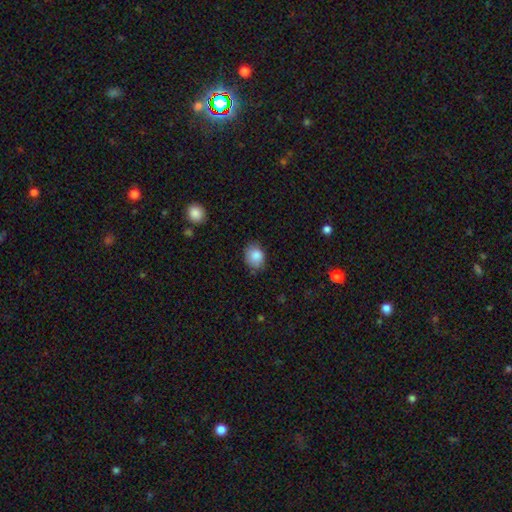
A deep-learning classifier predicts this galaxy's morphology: smooth-or-featured: smooth: 86% | star or artifact: 8% | featured or disk: 6%
  how-rounded: round: 53% | in between: 46% | cigar-shaped: 1%
  merging: none: 72% | minor disturbance: 22% | major disturbance: 4% | merger: 2%